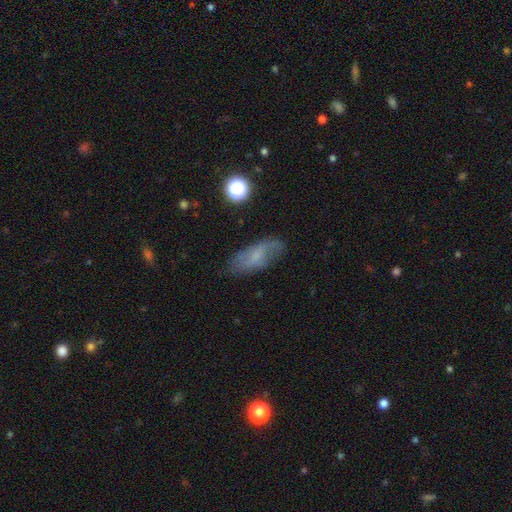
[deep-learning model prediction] Morphology: type=smooth (45%); merging=none (71%).